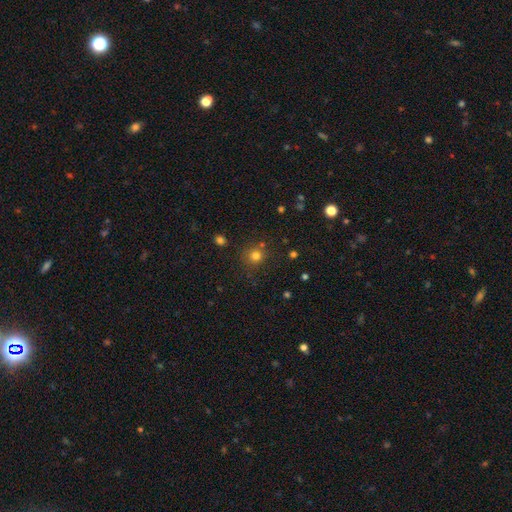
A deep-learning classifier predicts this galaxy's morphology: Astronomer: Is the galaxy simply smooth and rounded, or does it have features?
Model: smooth — 77%.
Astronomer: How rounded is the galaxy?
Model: round — 91%.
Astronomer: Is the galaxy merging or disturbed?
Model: none — 79%.